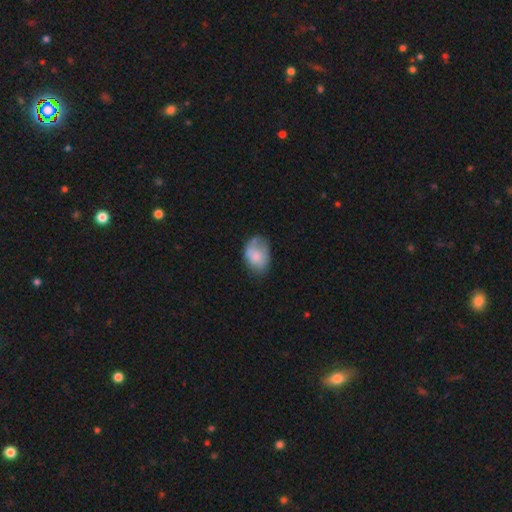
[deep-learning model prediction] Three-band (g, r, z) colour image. It shows a smooth galaxy with no disk features (69%) that is in between round and cigar-shaped (78%). Merging: none (46%).